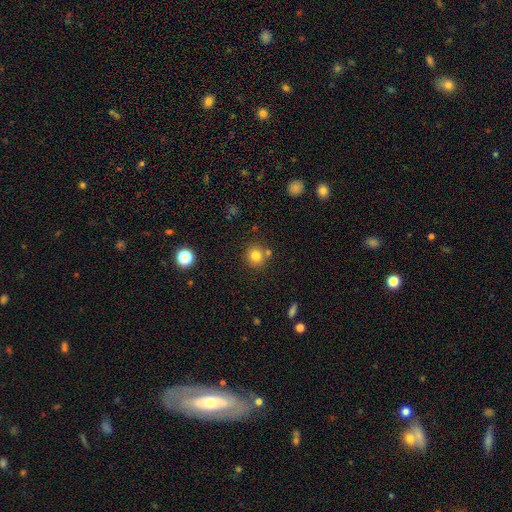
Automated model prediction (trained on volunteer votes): smooth-or-featured: smooth: 79% | star or artifact: 13% | featured or disk: 8%
  how-rounded: round: 90% | in between: 9% | cigar-shaped: 1%
  merging: none: 76% | merger: 12% | minor disturbance: 9% | major disturbance: 3%